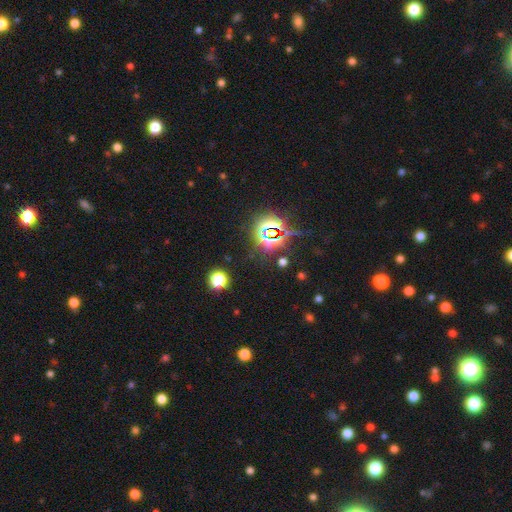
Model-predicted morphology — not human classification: Smooth or featured: star or artifact — 78% (smooth — 16%)